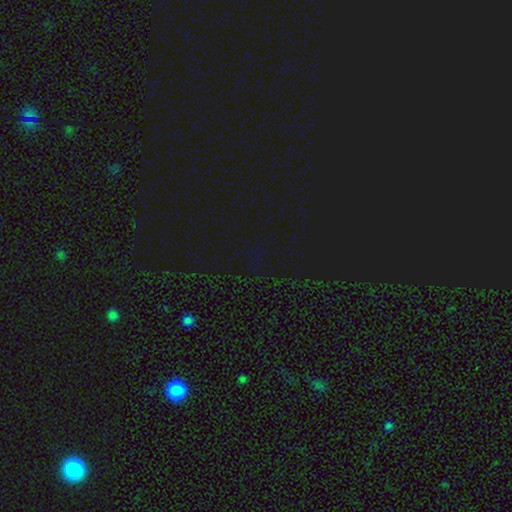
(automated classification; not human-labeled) Overall: star or artifact (77%).